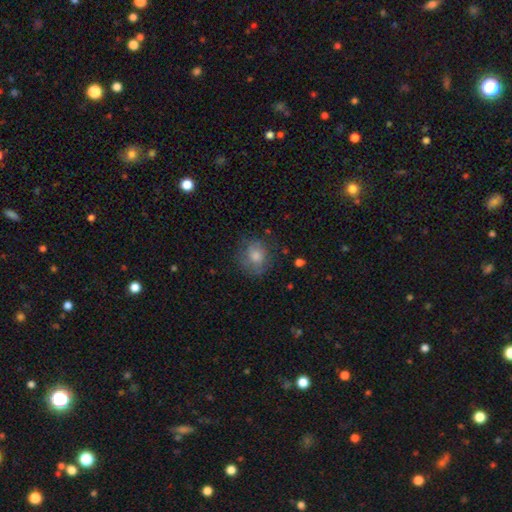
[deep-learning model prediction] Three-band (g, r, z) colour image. It shows a smooth galaxy with no disk features (68%) that is round (79%). Merging: none (74%).